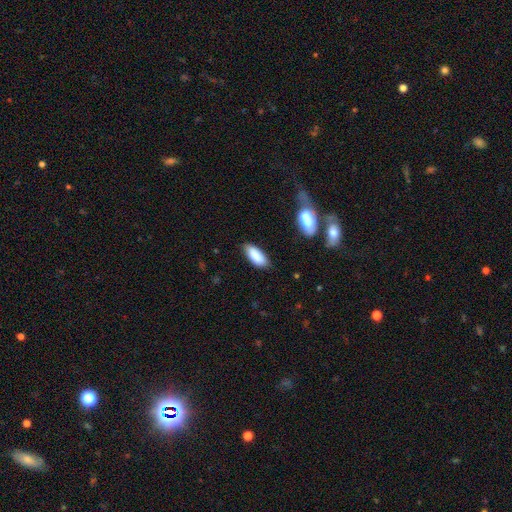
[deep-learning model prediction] Smooth or featured: smooth — 86% (featured or disk — 8%)
How rounded: in between — 81% (cigar-shaped — 18%)
Merging: none — 80% (minor disturbance — 15%)